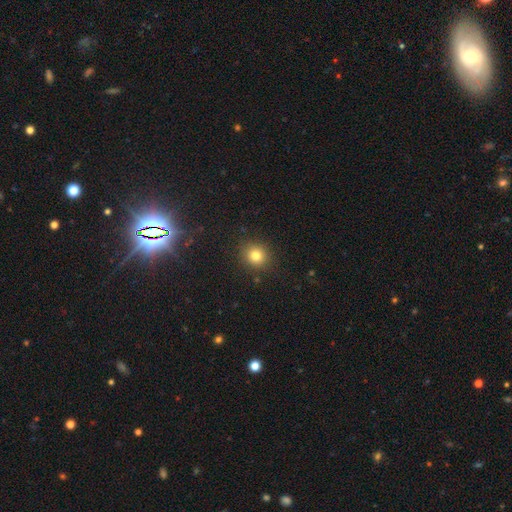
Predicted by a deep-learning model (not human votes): A smooth galaxy with no disk features (81%) that is round (86%).

Vote fractions:
- Smooth or featured? smooth: 81% / star or artifact: 13% / featured or disk: 7%
- How rounded? round: 86% / in between: 14% / cigar-shaped: 1%
- Merging? none: 88% / minor disturbance: 8% / major disturbance: 3% / merger: 1%